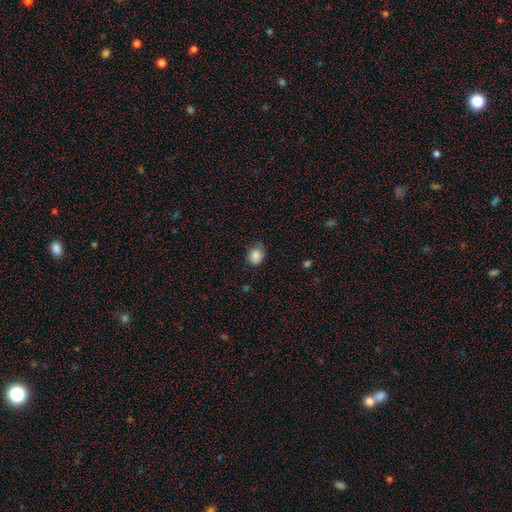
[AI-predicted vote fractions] A smooth galaxy with no disk features (86%) that is round (53%). Merging: none (65%).